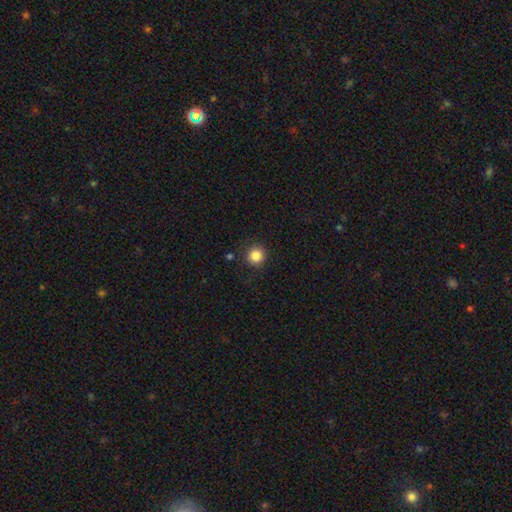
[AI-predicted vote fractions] smooth 85%, star or artifact 11%, featured or disk 4%. Down the decision tree: how rounded — round (94%); merging — none (88%).